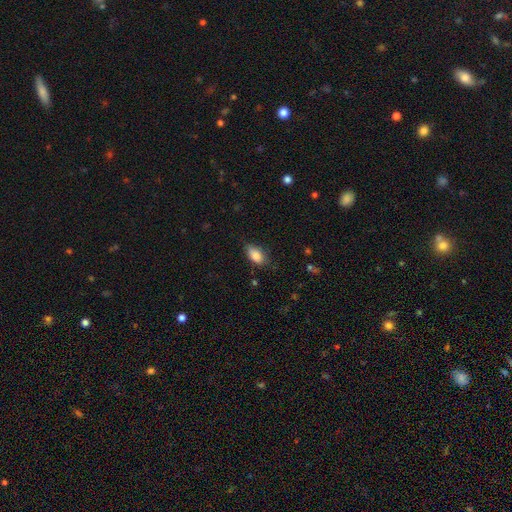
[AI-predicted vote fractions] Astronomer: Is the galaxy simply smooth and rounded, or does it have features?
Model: smooth — 85%.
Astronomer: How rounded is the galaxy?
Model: in between — 90%.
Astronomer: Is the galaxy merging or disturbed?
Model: none — 73%.